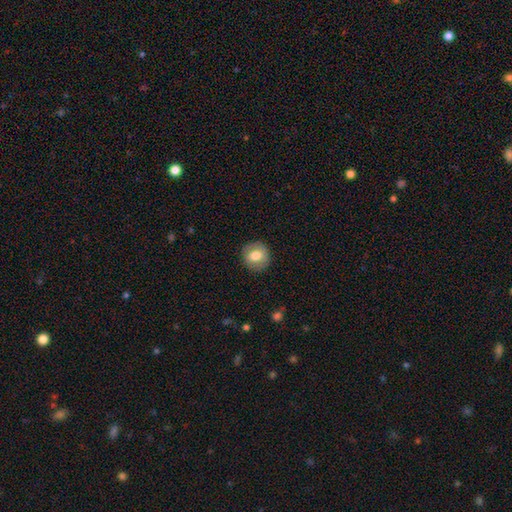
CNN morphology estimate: smooth-or-featured: smooth: 74% | featured or disk: 18% | star or artifact: 8%
  how-rounded: round: 89% | in between: 10% | cigar-shaped: 1%
  merging: none: 88% | minor disturbance: 9% | major disturbance: 2% | merger: 1%